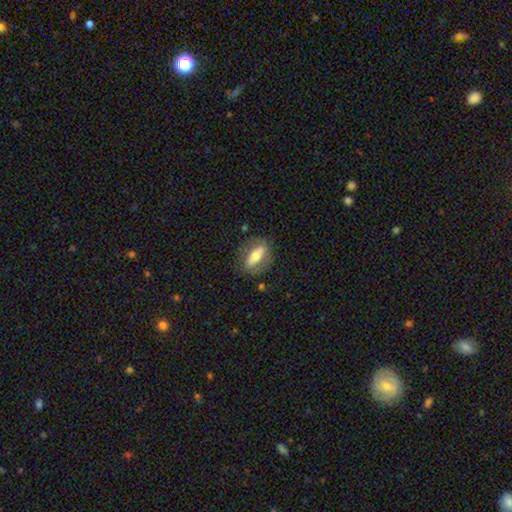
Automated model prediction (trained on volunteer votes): smooth_or_featured: featured or disk (p=0.50) [alt: smooth p=0.43]
disk_edge_on: no (p=0.64) [alt: yes p=0.36]
merging: none (p=0.75) [alt: minor disturbance p=0.15]